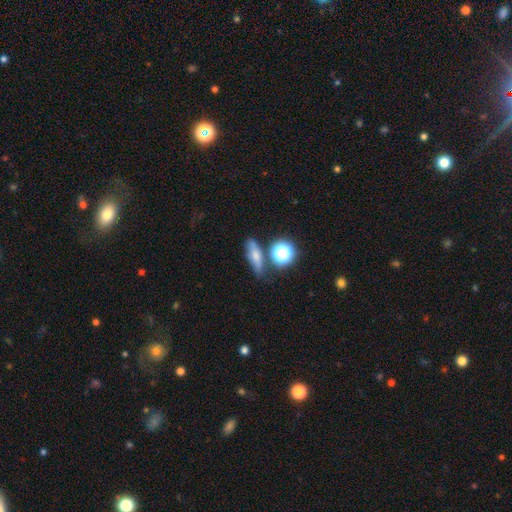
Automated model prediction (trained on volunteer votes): A smooth galaxy with no disk features (63%) that is cigar-shaped (40%).

Vote fractions:
- Smooth or featured? smooth: 63% / featured or disk: 21% / star or artifact: 16%
- How rounded? cigar-shaped: 40% / in between: 36% / round: 24%
- Merging? none: 68% / minor disturbance: 17% / merger: 10% / major disturbance: 6%